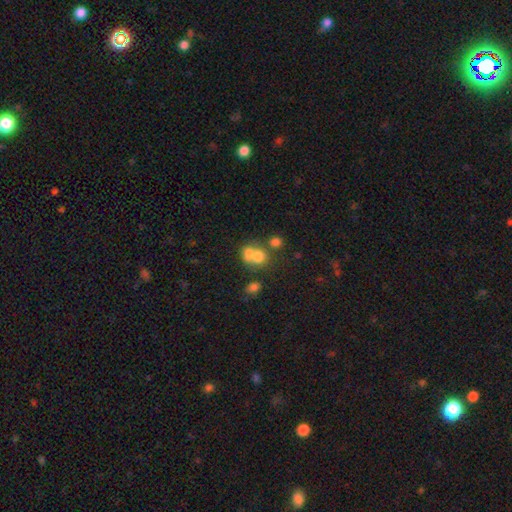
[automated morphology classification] This appears to be a smooth galaxy with no disk features (67%) that is round (67%). Merging: merger (55%).